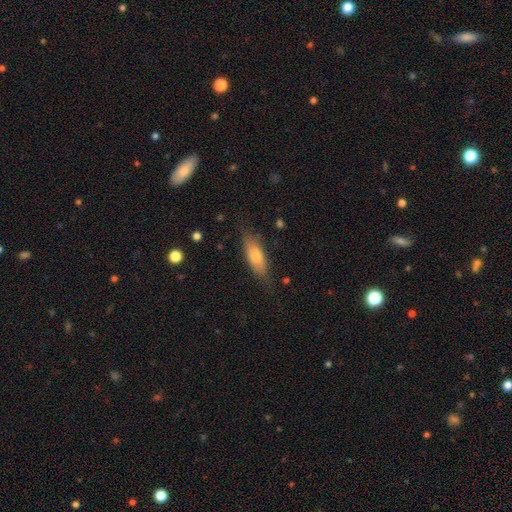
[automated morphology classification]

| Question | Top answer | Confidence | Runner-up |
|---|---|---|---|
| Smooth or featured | smooth | 70% | featured or disk (24%) |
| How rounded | in between | 58% | cigar-shaped (40%) |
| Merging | none | 78% | minor disturbance (16%) |